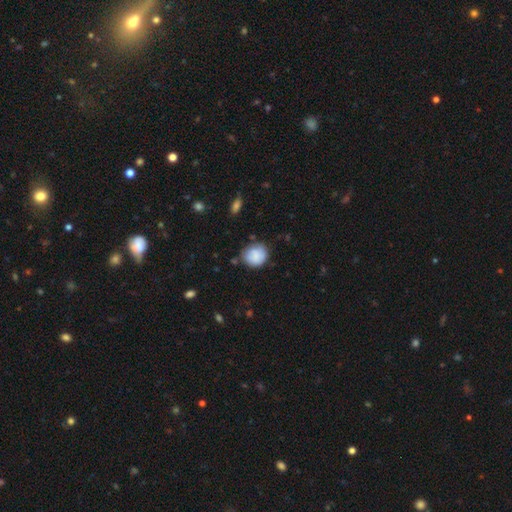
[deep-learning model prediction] Smooth or featured? Predicted: smooth (p=0.83). How rounded? Predicted: round (p=0.76). Merging? Predicted: none (p=0.68).